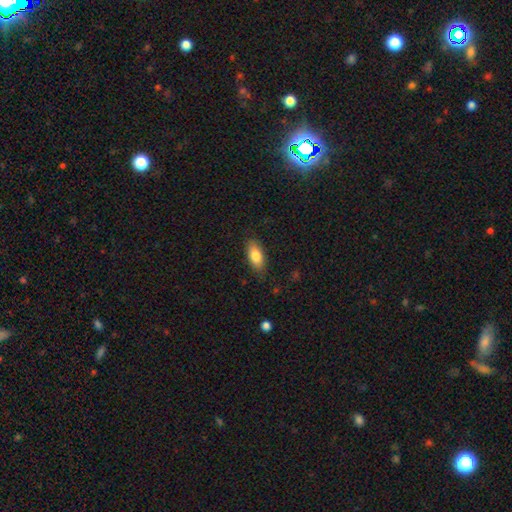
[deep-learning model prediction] Smooth or featured?
  - smooth: 81% *
  - featured or disk: 12%
  - star or artifact: 7%
How rounded?
  - in between: 85% *
  - cigar-shaped: 11%
  - round: 3%
Merging?
  - none: 83% *
  - minor disturbance: 13%
  - major disturbance: 3%
  - merger: 1%